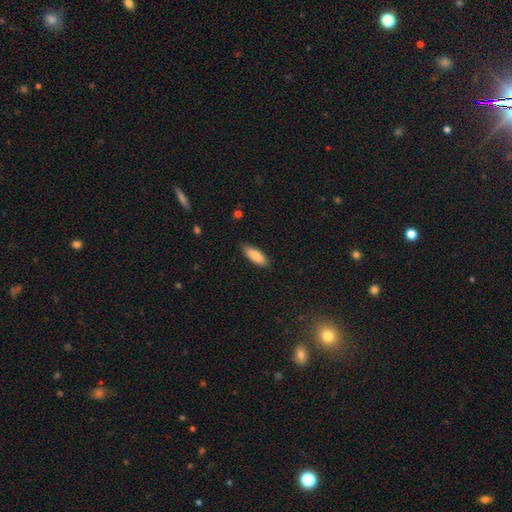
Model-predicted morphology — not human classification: The model was most divided on "how rounded": in between: 69%, cigar-shaped: 29%, round: 2%. More confident: merging — none (86%); smooth or featured — smooth (84%).